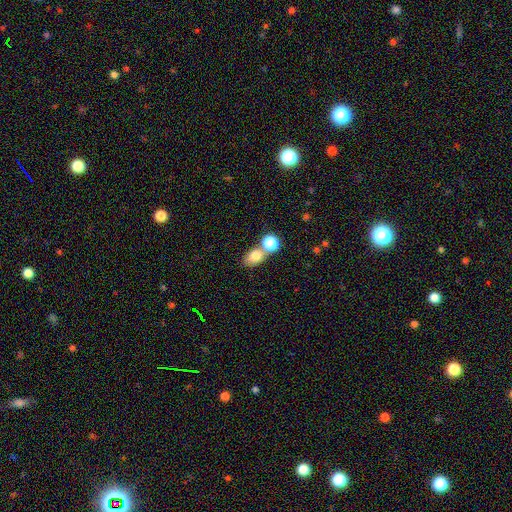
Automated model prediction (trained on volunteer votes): A smooth galaxy with no disk features (77%) that is in between round and cigar-shaped (66%). Merging: none (47%).